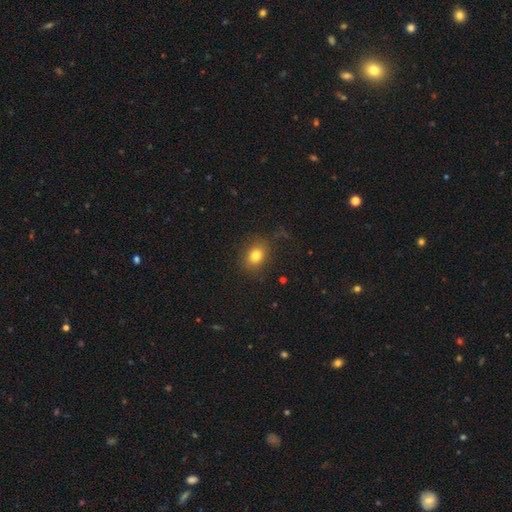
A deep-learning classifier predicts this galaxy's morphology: This is likely a smooth galaxy (80%). How rounded: possibly in between (51%). Merging: likely none (79%).